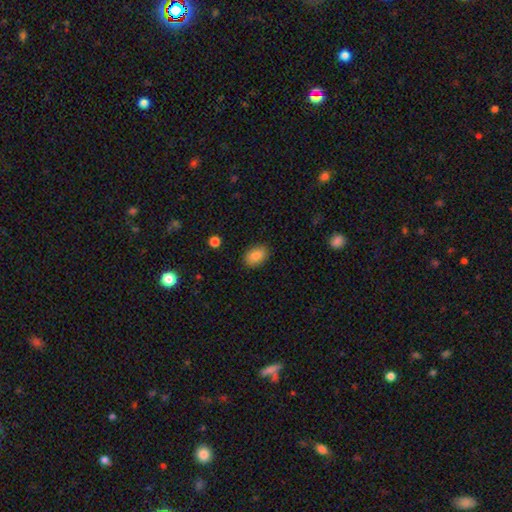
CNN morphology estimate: This appears to be a smooth galaxy with no disk features (84%) that is in between round and cigar-shaped (82%). Merging: none (88%).